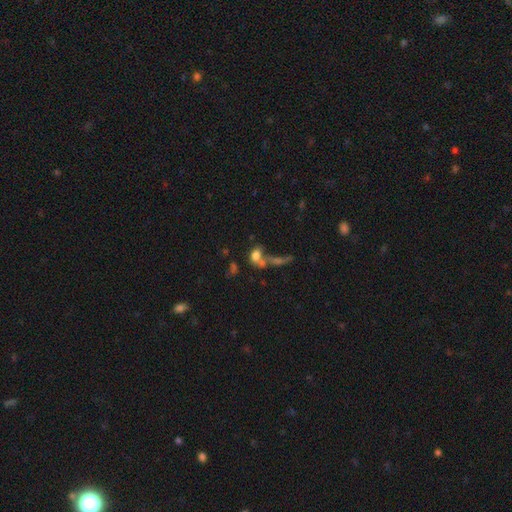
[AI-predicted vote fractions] A smooth galaxy with no disk features (65%) that is in between round and cigar-shaped (69%). Merging: merger (49%).